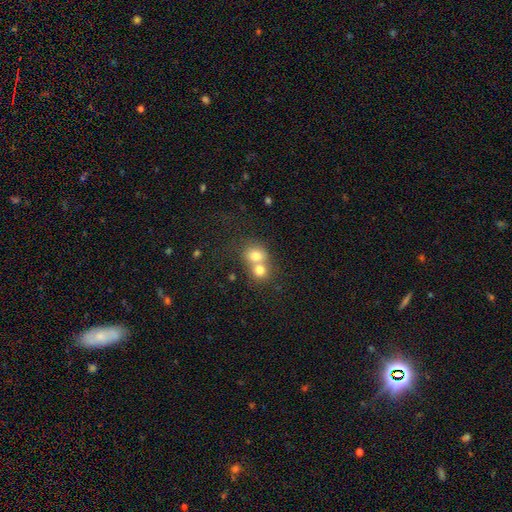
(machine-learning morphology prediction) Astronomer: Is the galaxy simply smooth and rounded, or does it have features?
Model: smooth — 75%.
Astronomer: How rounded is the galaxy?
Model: round — 70%.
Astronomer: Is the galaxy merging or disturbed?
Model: merger — 67%.